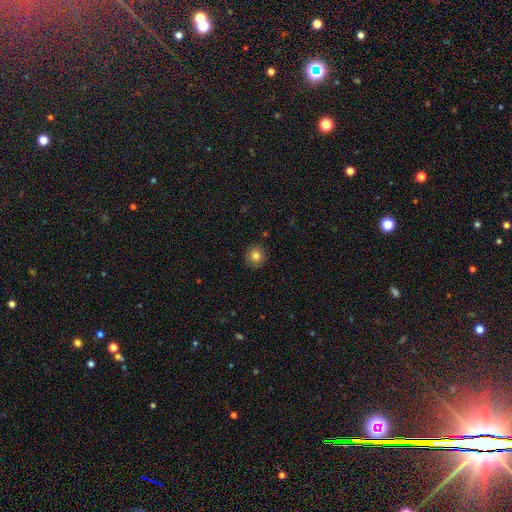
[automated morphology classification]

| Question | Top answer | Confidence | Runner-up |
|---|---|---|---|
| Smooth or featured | smooth | 79% | star or artifact (11%) |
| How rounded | round | 92% | in between (7%) |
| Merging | none | 89% | minor disturbance (8%) |